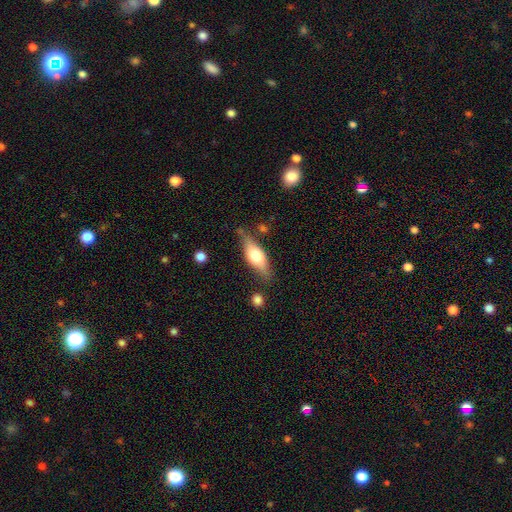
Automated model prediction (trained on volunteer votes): A smooth galaxy with no disk features (49%).

Vote fractions:
- Smooth or featured? smooth: 49% / featured or disk: 45% / star or artifact: 6%
- Merging? none: 71% / minor disturbance: 19% / major disturbance: 5% / merger: 4%